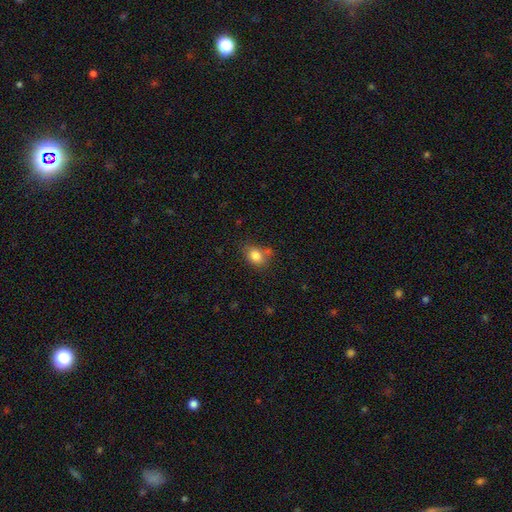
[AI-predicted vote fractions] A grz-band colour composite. It shows a smooth galaxy with no disk features (83%) that is in between round and cigar-shaped (60%). Merging: none (64%).